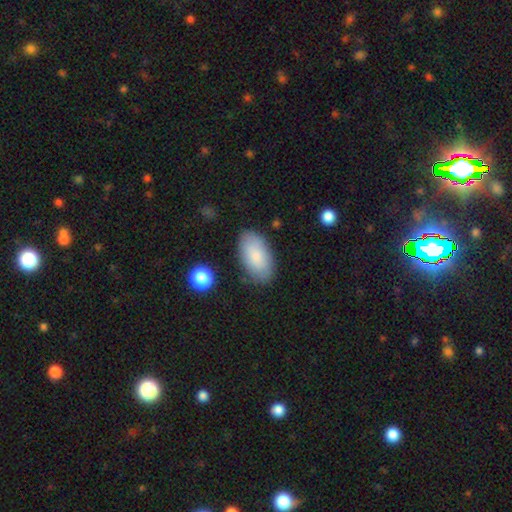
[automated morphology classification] Smooth or featured? smooth (83%)
How rounded? in between (95%)
Merging? none (83%)